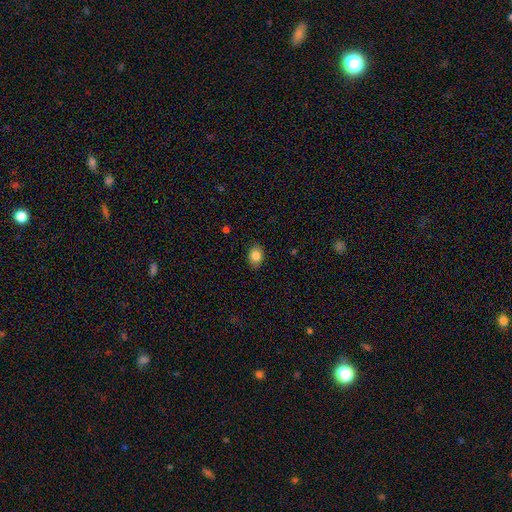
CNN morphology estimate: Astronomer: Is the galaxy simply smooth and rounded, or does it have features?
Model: smooth — 84%.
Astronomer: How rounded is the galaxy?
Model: in between — 66%.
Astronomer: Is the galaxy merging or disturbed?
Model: none — 86%.